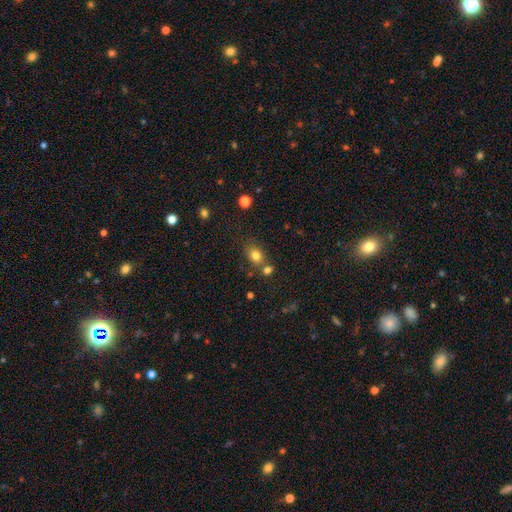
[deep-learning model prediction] The model was most divided on "how rounded": in between: 55%, round: 44%, cigar-shaped: 1%. More confident: smooth or featured — smooth (79%); merging — none (58%).